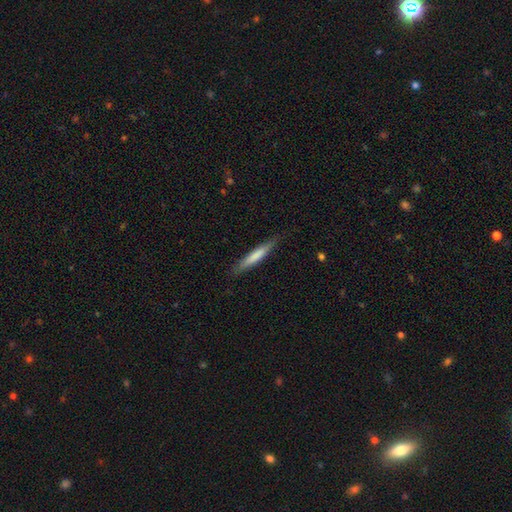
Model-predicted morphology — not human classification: A smooth galaxy with no disk features (68%) that is cigar-shaped (93%).

Vote fractions:
- Smooth or featured? smooth: 68% / featured or disk: 27% / star or artifact: 5%
- How rounded? cigar-shaped: 93% / in between: 6% / round: 1%
- Merging? none: 85% / minor disturbance: 11% / major disturbance: 2% / merger: 1%